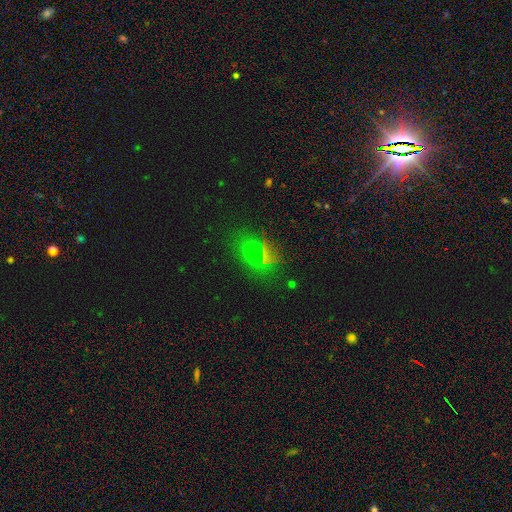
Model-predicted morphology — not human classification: Q: Smooth or featured?
A: smooth (43%); runner-up: star or artifact (37%)
Q: Merging?
A: none (56%); runner-up: minor disturbance (19%)